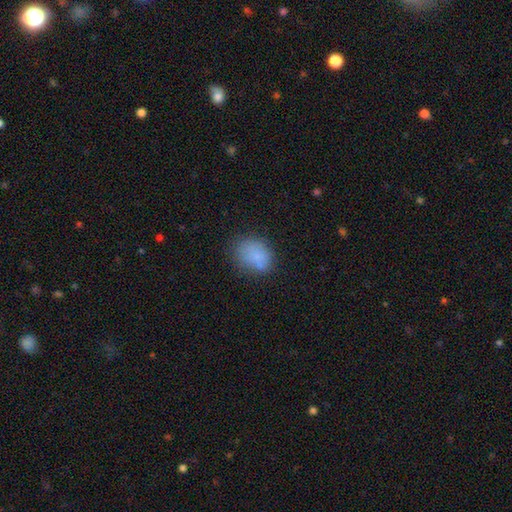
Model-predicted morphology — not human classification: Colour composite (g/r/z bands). It shows a smooth galaxy with no disk features (77%) that is in between round and cigar-shaped (54%). Merging: none (65%).